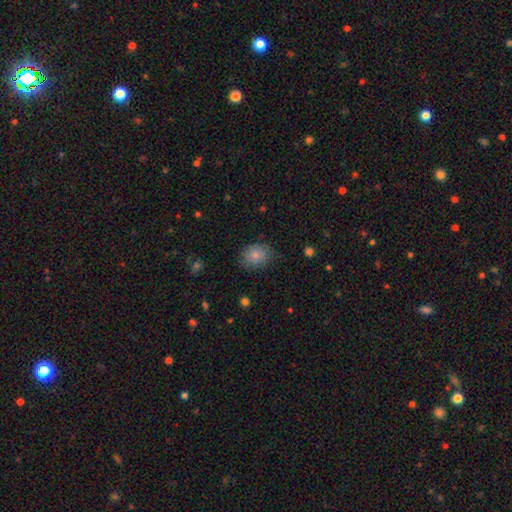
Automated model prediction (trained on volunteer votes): A smooth galaxy with no disk features (84%) that is in between round and cigar-shaped (55%).

Vote fractions:
- Smooth or featured? smooth: 84% / featured or disk: 8% / star or artifact: 8%
- How rounded? in between: 55% / round: 44% / cigar-shaped: 1%
- Merging? none: 78% / minor disturbance: 17% / major disturbance: 4% / merger: 1%